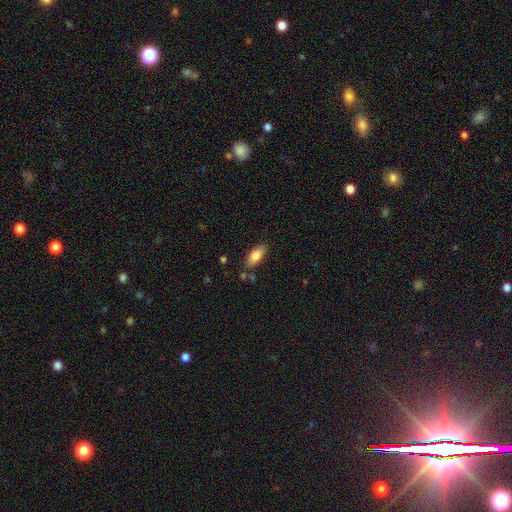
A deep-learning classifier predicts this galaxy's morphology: smooth_or_featured: smooth (p=0.83) [alt: featured or disk p=0.10]
how_rounded: in between (p=0.87) [alt: cigar-shaped p=0.11]
merging: none (p=0.79) [alt: minor disturbance p=0.14]